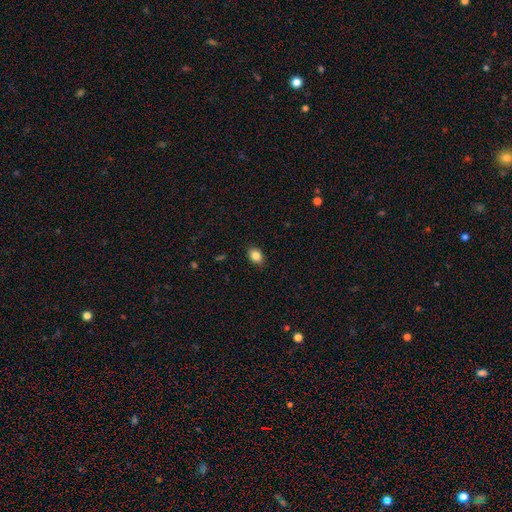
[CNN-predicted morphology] Overall: smooth (86%). How rounded: in between (74%). Merging: none (88%).